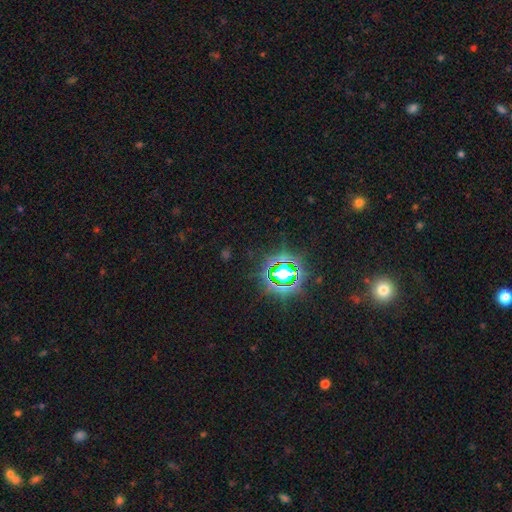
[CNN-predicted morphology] Smooth or featured? Predicted: star or artifact (p=0.80).